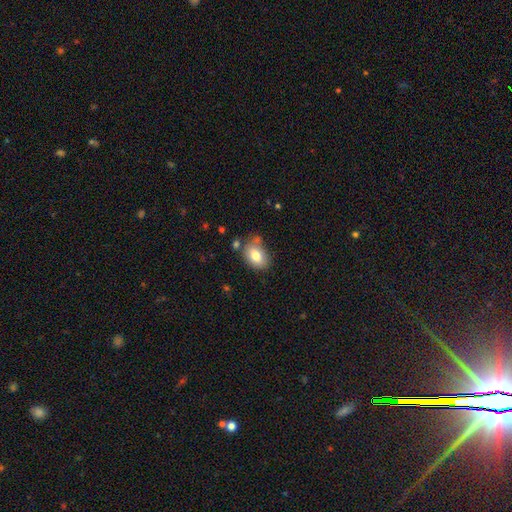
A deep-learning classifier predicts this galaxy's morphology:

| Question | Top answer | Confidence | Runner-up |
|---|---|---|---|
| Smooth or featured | smooth | 79% | featured or disk (13%) |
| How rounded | in between | 81% | round (18%) |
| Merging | none | 65% | minor disturbance (22%) |